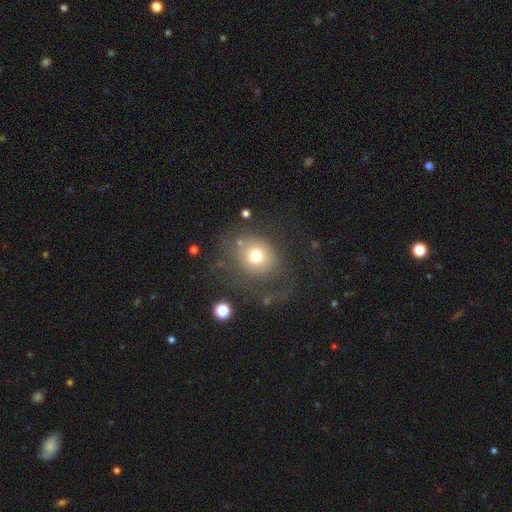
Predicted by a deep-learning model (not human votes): Morphology: type=smooth (71%); roundness=round (72%); merging=none (57%).